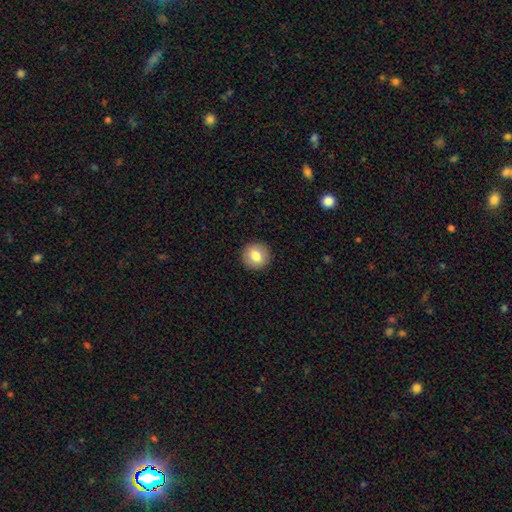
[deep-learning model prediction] Smooth or featured? smooth (80%)
How rounded? round (91%)
Merging? none (92%)